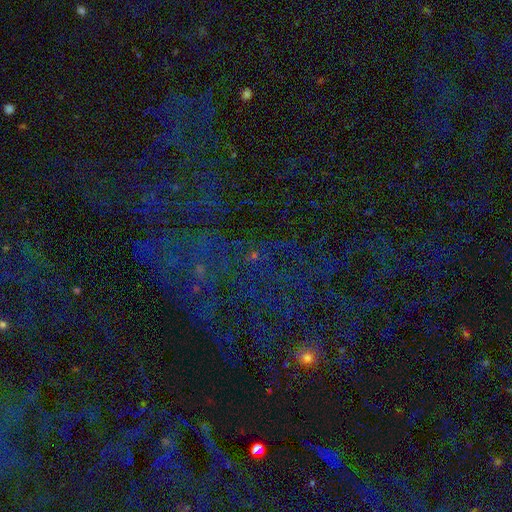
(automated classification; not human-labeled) Overall: star or artifact (77%).